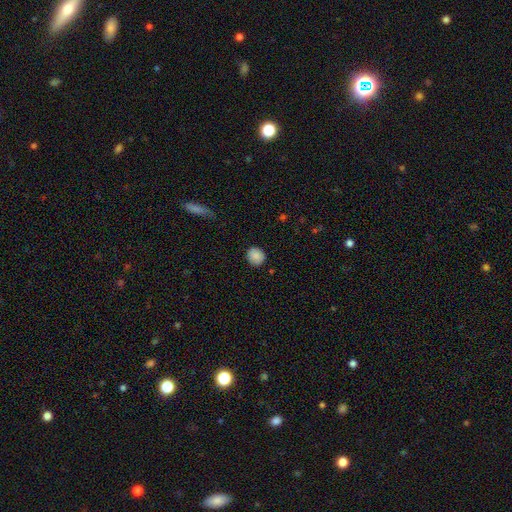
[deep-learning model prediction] A smooth galaxy with no disk features (86%) that is round (87%). Merging: none (85%).